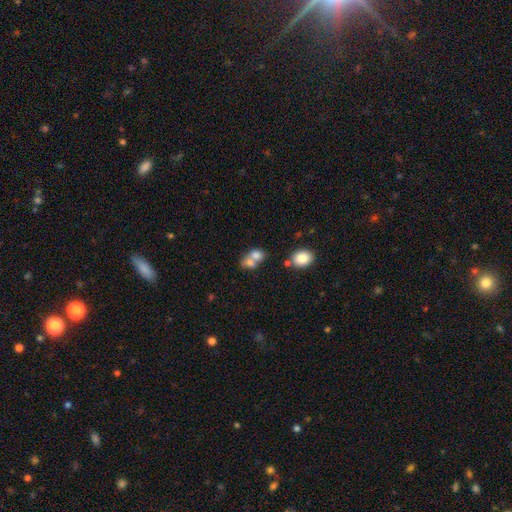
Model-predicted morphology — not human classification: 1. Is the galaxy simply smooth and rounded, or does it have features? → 73% smooth, 17% featured or disk, 10% star or artifact.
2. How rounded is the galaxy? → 54% in between, 45% round, 1% cigar-shaped.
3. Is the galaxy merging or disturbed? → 63% merger, 25% none, 8% minor disturbance, 4% major disturbance.